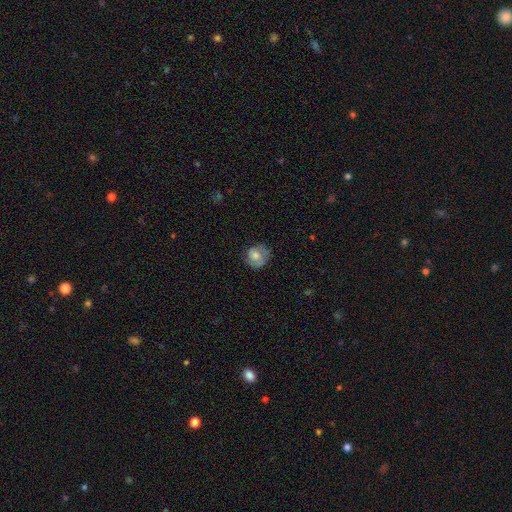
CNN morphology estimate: Smooth or featured? smooth (66%)
How rounded? round (80%)
Merging? none (68%)